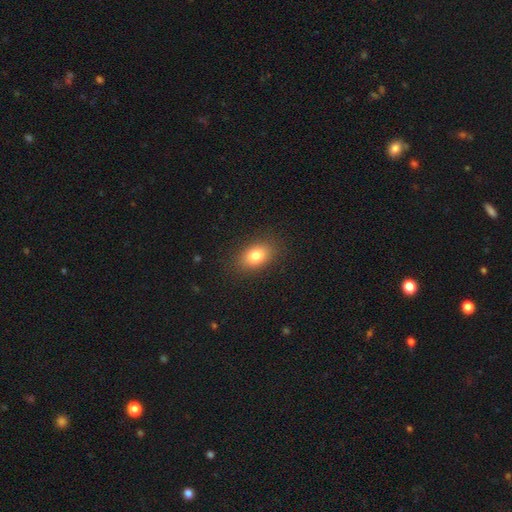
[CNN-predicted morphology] smooth_or_featured: smooth (p=0.80) [alt: featured or disk p=0.10]
how_rounded: in between (p=0.82) [alt: round p=0.16]
merging: none (p=0.87) [alt: minor disturbance p=0.09]